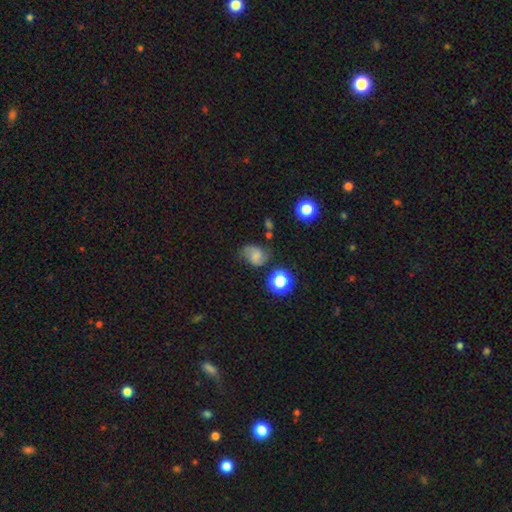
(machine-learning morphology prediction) smooth-or-featured: smooth: 55% | featured or disk: 30% | star or artifact: 15%
  how-rounded: in between: 52% | round: 46% | cigar-shaped: 1%
  merging: none: 52% | minor disturbance: 30% | major disturbance: 13% | merger: 5%